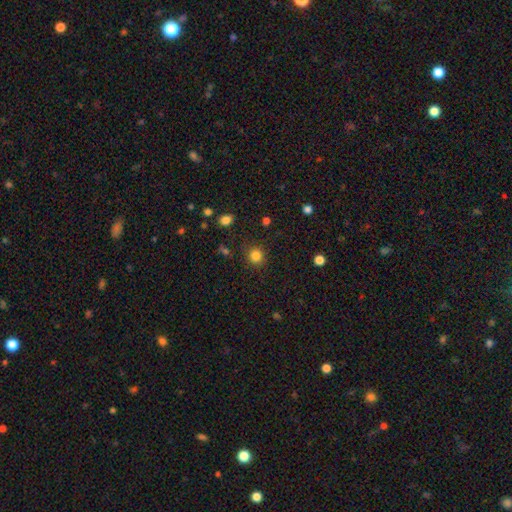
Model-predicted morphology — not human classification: Smooth or featured?
  - smooth: 83% *
  - star or artifact: 13%
  - featured or disk: 4%
How rounded?
  - round: 89% *
  - in between: 10%
  - cigar-shaped: 1%
Merging?
  - none: 86% *
  - minor disturbance: 9%
  - major disturbance: 3%
  - merger: 2%